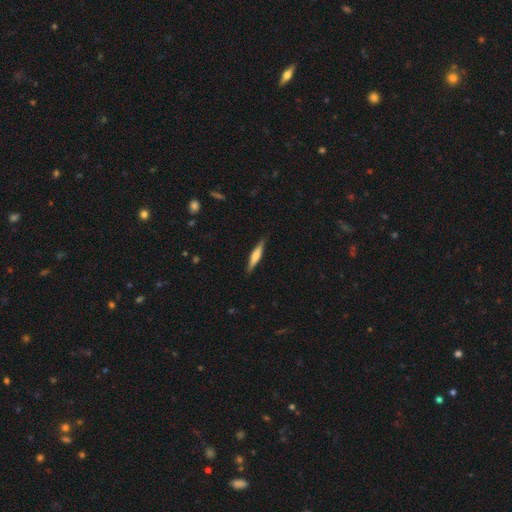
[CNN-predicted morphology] type=smooth (47%, tied with featured or disk); merging=none (89%).